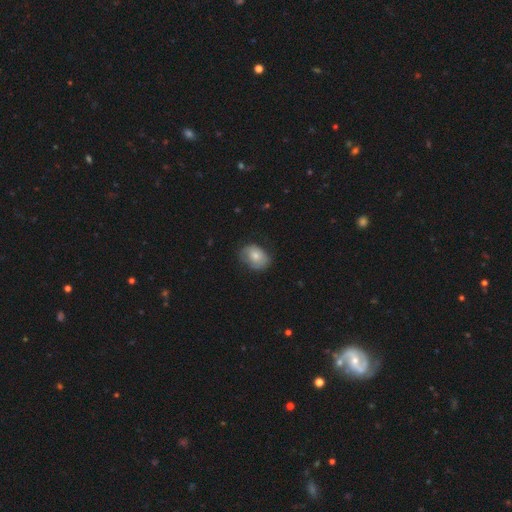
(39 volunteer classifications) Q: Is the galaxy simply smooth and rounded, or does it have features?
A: smooth — 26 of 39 (67%).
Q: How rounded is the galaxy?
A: in between — 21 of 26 (81%).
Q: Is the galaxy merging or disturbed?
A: none — 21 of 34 (62%).